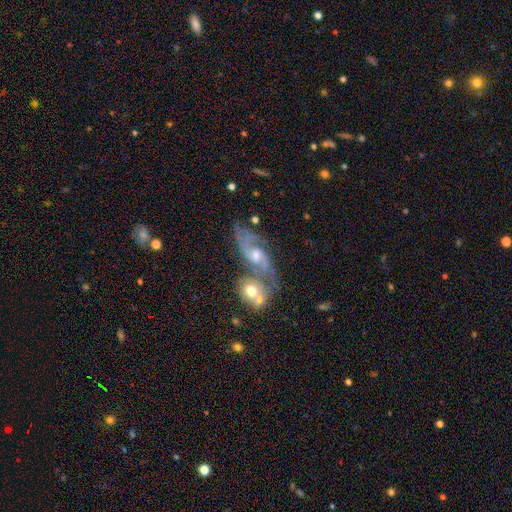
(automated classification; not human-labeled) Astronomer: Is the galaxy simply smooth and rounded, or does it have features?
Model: featured or disk — 79%.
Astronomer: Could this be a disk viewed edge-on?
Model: no — 93%.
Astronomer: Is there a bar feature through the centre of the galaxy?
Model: no — 52% (runner-up: weak, 39%).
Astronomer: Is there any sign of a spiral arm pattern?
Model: yes — 94%.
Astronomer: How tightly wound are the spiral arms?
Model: medium — 49% (runner-up: tight, 27%).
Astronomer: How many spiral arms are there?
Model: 2 — 68%.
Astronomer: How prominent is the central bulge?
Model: moderate — 55% (runner-up: small, 36%).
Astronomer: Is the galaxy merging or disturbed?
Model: none — 42% (runner-up: merger, 34%).